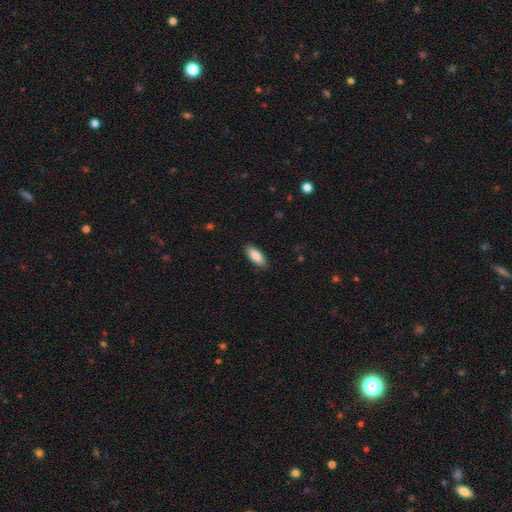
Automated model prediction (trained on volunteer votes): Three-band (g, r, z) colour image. It shows a smooth galaxy with no disk features (85%) that is in between round and cigar-shaped (79%). Merging: none (88%).